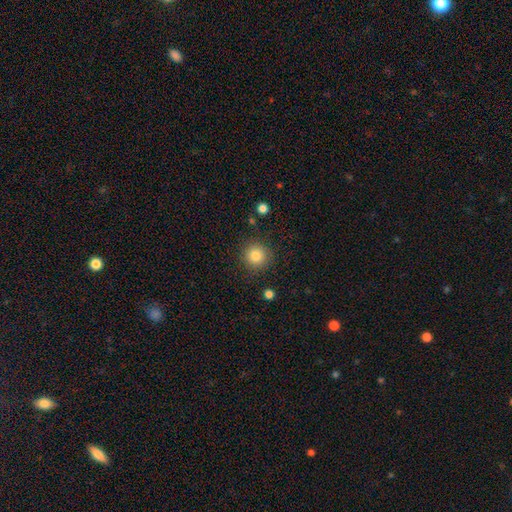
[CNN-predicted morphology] This appears to be a smooth galaxy with no disk features (83%) that is round (94%). Merging: none (89%).